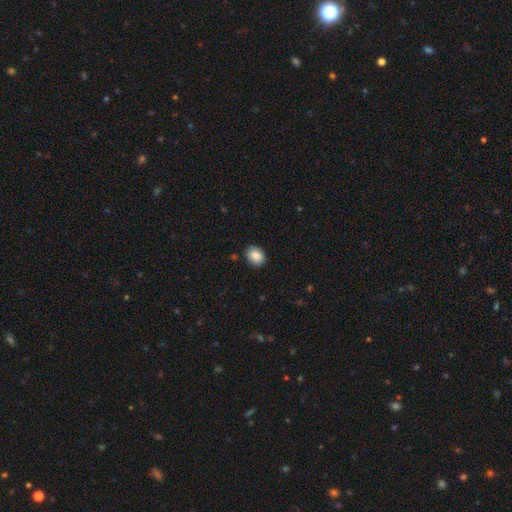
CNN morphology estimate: The model was most divided on "how rounded": round: 56%, in between: 43%, cigar-shaped: 1%. More confident: merging — none (87%); smooth or featured — smooth (86%).